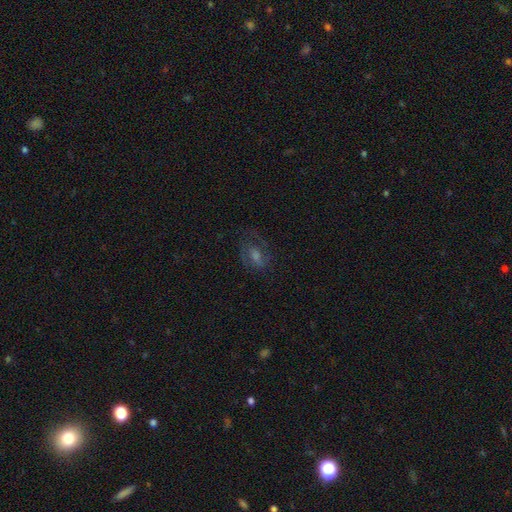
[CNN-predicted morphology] Q: Smooth or featured?
A: featured or disk (53%); runner-up: smooth (27%)
Q: Edge-on disk?
A: no (94%); runner-up: yes (6%)
Q: Bar?
A: weak (44%); runner-up: no (40%)
Q: Spiral arms?
A: yes (78%); runner-up: no (22%)
Q: Bulge size?
A: moderate (43%); runner-up: small (30%)
Q: Merging?
A: none (68%); runner-up: minor disturbance (17%)